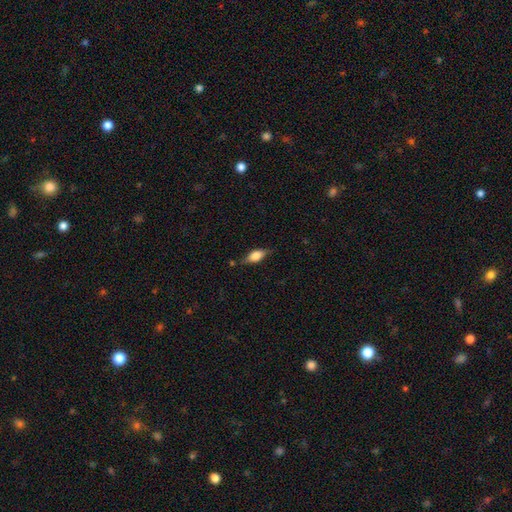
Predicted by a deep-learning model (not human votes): A smooth galaxy with no disk features (64%) that is in between round and cigar-shaped (79%). Merging: none (68%).